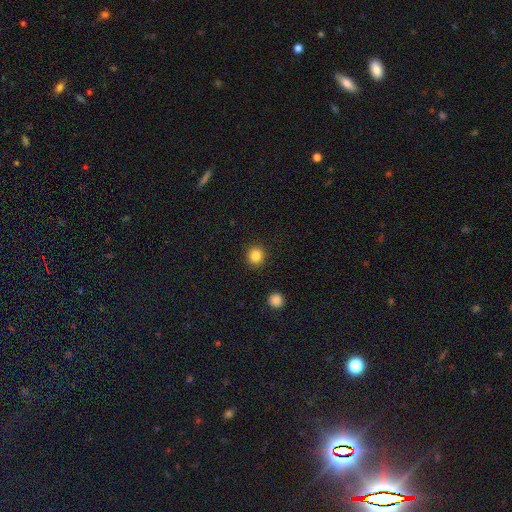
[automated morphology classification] This appears to be a smooth galaxy with no disk features (84%) that is round (91%). Merging: none (92%).